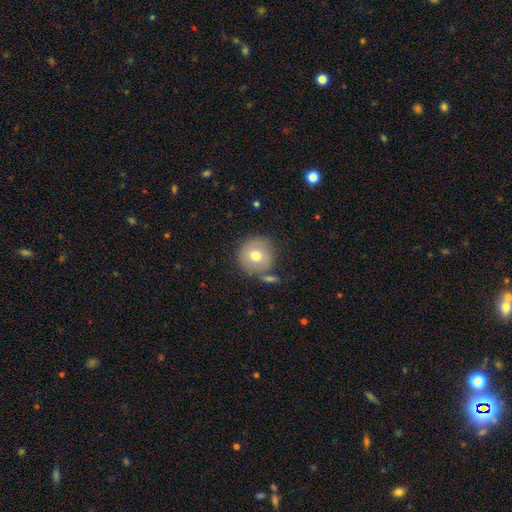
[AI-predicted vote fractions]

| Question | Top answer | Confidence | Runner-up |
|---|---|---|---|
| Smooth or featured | smooth | 73% | featured or disk (18%) |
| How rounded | round | 94% | in between (5%) |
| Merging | none | 73% | minor disturbance (12%) |